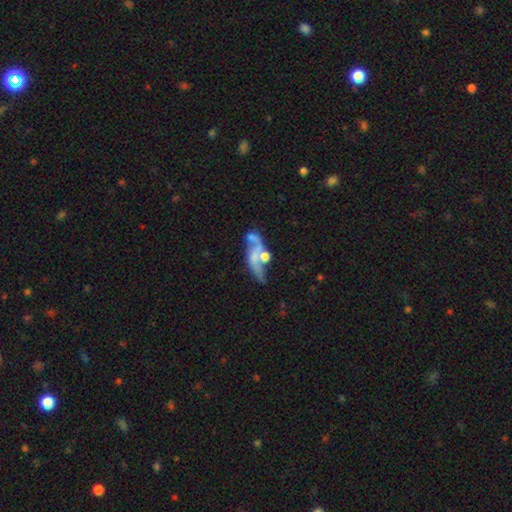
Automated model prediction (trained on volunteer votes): Smooth or featured? Predicted: featured or disk (p=0.69). Edge-on disk? Predicted: no (p=0.93). Bar? Predicted: no (p=0.61). Spiral arms? Predicted: yes (p=0.72). Bulge size? Predicted: small (p=0.35). Merging? Predicted: merger (p=0.32).